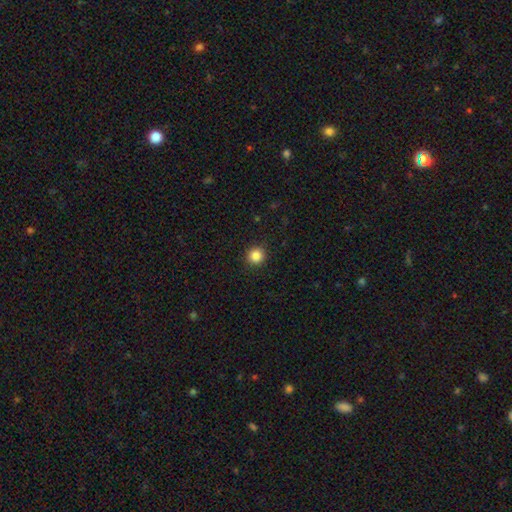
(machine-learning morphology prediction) Smooth or featured: smooth — 86% (star or artifact — 11%)
How rounded: round — 93% (in between — 6%)
Merging: none — 92% (minor disturbance — 5%)